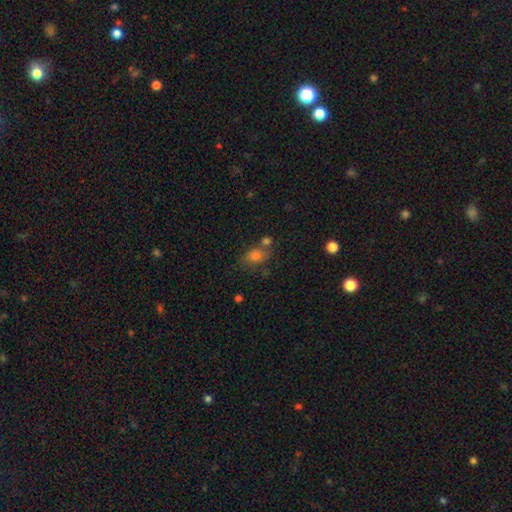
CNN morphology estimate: The model was most divided on "merging": none: 53%, merger: 21%, minor disturbance: 18%, major disturbance: 8%. More confident: smooth or featured — smooth (76%); how rounded — in between (65%).